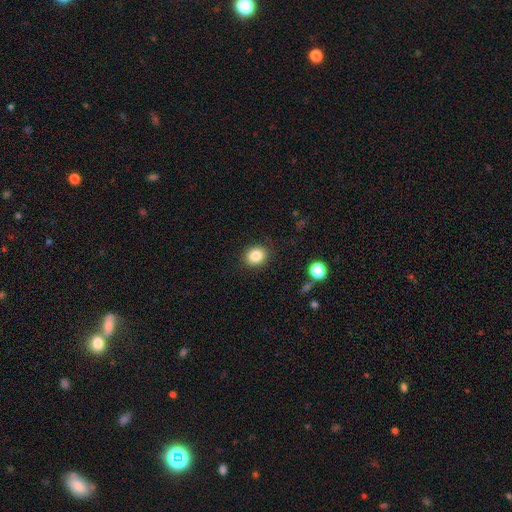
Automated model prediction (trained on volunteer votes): Overall: smooth (84%). How rounded: round (72%). Merging: none (87%).